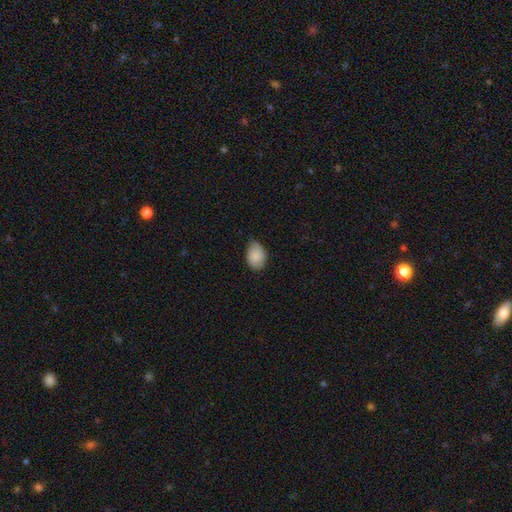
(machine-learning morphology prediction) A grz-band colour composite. It shows a smooth galaxy with no disk features (75%) that is in between round and cigar-shaped (77%). Merging: none (60%).